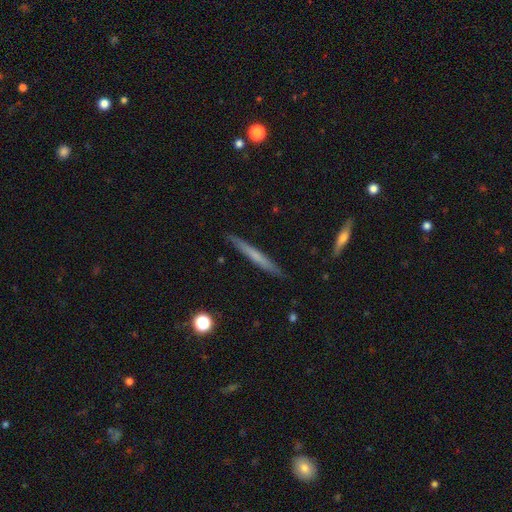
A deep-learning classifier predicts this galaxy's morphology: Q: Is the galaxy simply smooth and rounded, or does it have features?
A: smooth — 50%.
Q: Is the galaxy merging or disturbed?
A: none — 90%.